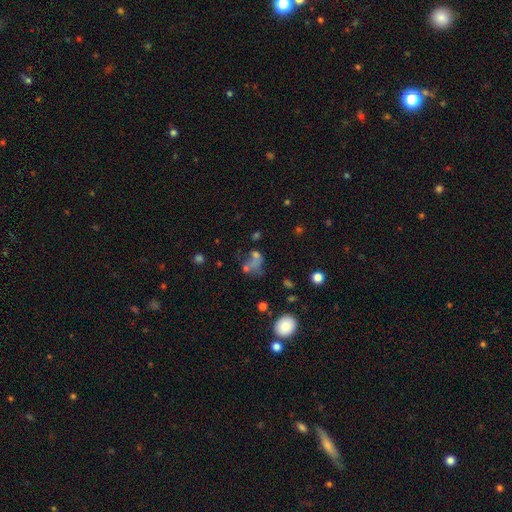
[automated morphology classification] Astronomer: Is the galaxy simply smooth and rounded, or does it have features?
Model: smooth — 49% (runner-up: star or artifact, 28%).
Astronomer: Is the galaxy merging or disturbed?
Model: none — 34% (runner-up: merger, 28%).